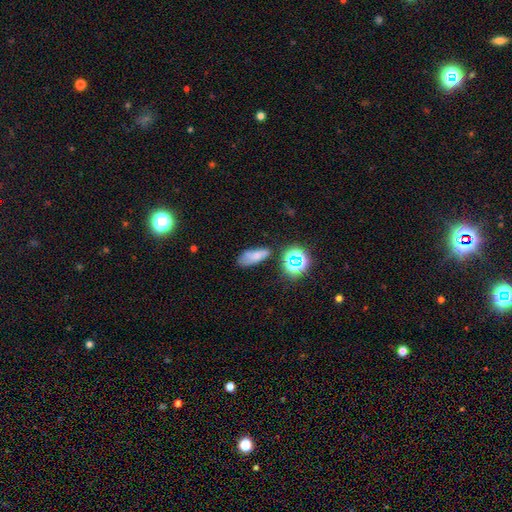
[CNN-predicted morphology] Smooth or featured? smooth (64%)
How rounded? in between (76%)
Merging? none (57%)